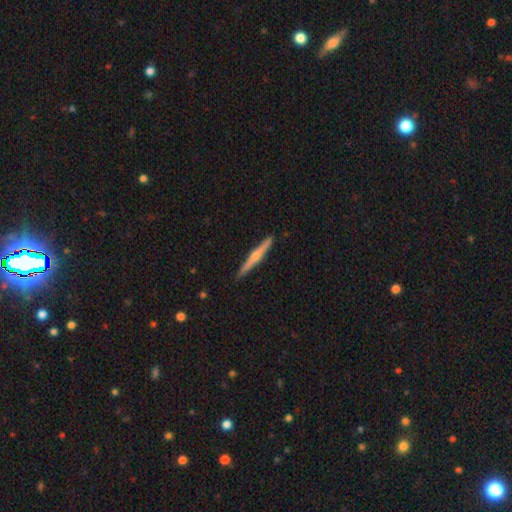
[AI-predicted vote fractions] This appears to be a featured or disk galaxy (66%) viewed edge-on (97%) with a rounded central bulge (78%). Merging: none (90%).